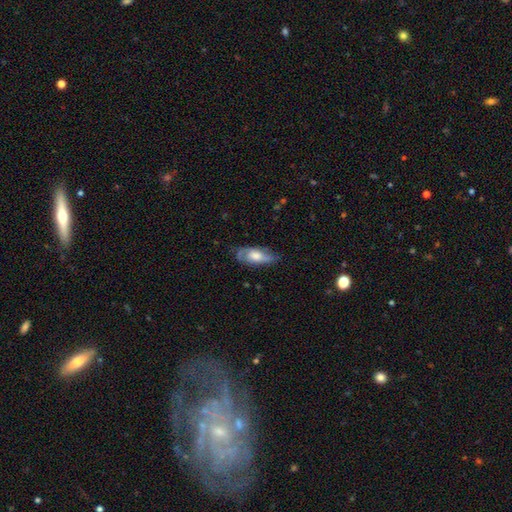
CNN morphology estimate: Smooth or featured? featured or disk (58%)
Edge-on disk? no (75%)
Merging? none (68%)